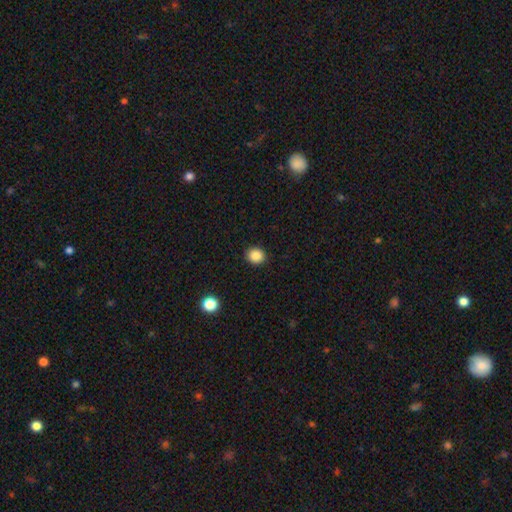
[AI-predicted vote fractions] This is clearly a smooth galaxy (87%). How rounded: clearly round (82%). Merging: clearly none (92%).